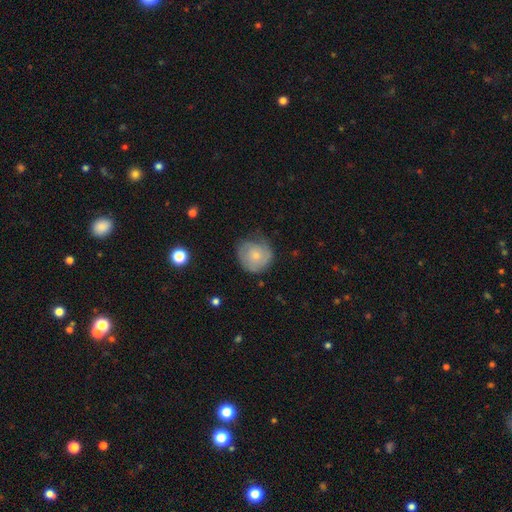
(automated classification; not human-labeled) Smooth or featured? Predicted: smooth (p=0.57). How rounded? Predicted: round (p=0.85). Merging? Predicted: none (p=0.55).